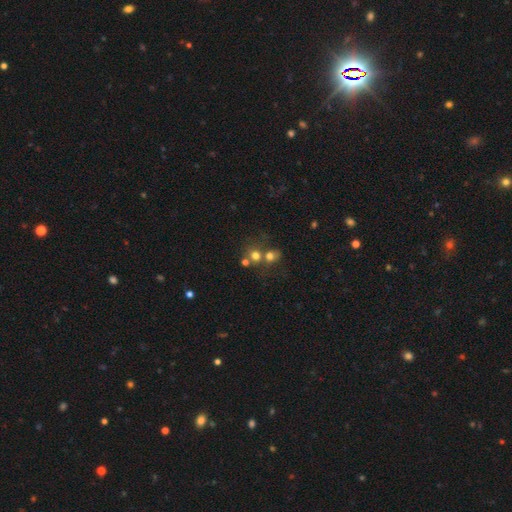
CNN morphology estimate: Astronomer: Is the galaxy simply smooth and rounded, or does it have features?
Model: smooth — 66%.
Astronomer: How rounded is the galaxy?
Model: round — 82%.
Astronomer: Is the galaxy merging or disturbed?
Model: none — 44% (runner-up: merger, 43%).